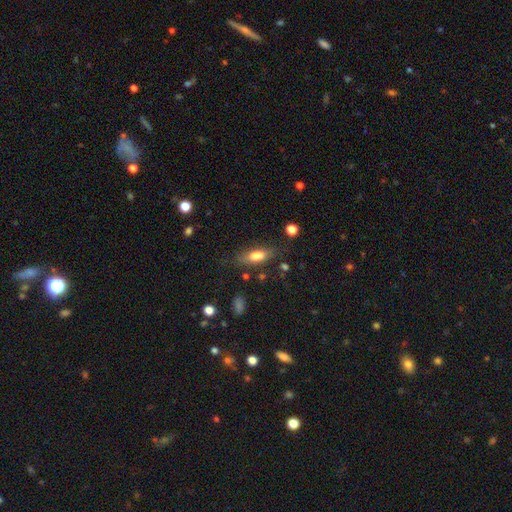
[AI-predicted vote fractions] Morphology: type=smooth (73%); roundness=in between (67%); merging=none (73%).